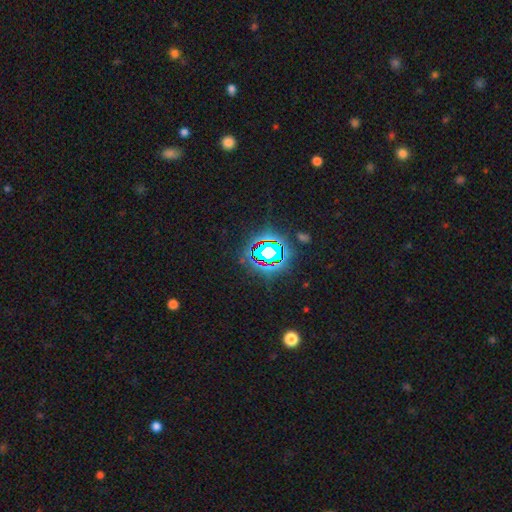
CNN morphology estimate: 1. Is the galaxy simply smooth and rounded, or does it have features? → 81% star or artifact, 12% smooth, 8% featured or disk.